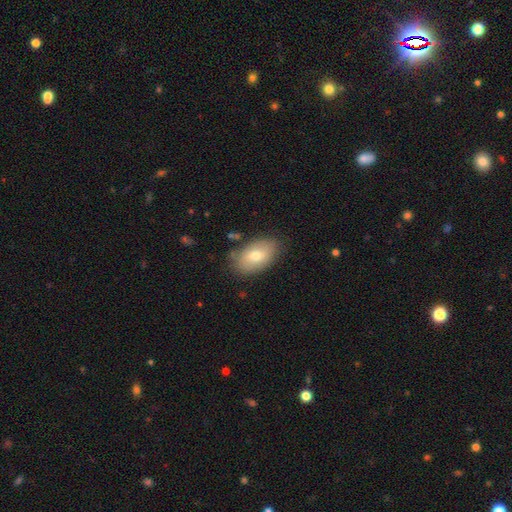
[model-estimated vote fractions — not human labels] Smooth or featured? Predicted: smooth (p=0.70). How rounded? Predicted: in between (p=0.92). Merging? Predicted: none (p=0.81).